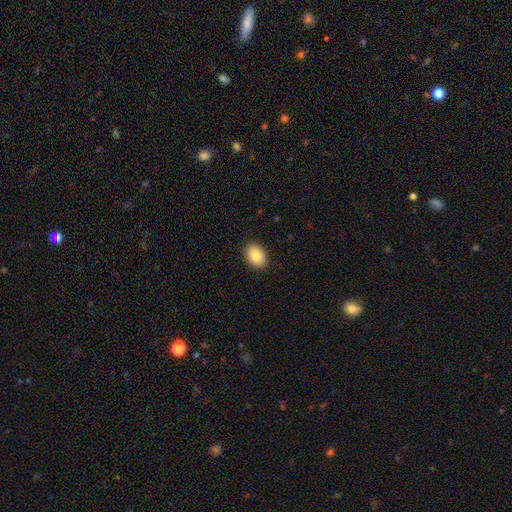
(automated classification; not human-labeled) Q: Smooth or featured?
A: smooth (86%); runner-up: star or artifact (8%)
Q: How rounded?
A: in between (75%); runner-up: round (24%)
Q: Merging?
A: none (90%); runner-up: minor disturbance (7%)